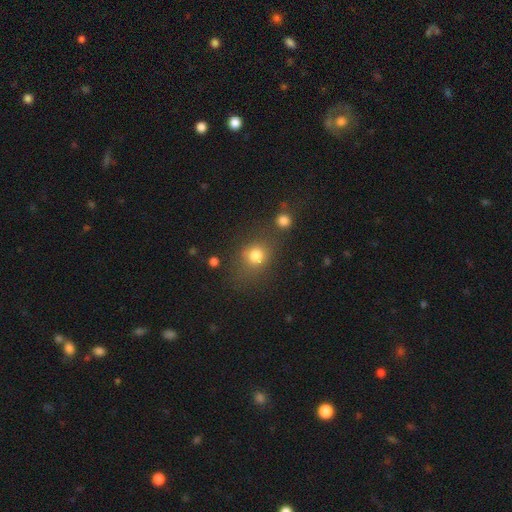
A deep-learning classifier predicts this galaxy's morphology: The model was most divided on "how rounded": round: 70%, in between: 28%, cigar-shaped: 1%. More confident: smooth or featured — smooth (77%); merging — none (63%).